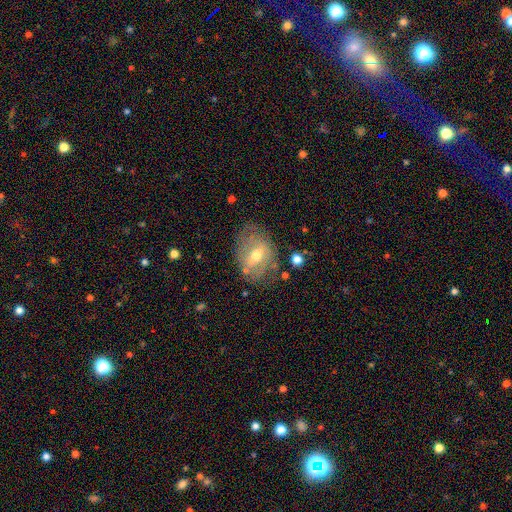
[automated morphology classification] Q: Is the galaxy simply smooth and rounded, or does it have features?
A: featured or disk — 64%.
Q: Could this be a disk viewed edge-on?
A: no — 93%.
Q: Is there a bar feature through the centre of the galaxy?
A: weak — 47%.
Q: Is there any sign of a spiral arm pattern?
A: yes — 61%.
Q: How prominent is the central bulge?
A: moderate — 66%.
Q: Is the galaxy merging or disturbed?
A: none — 66%.